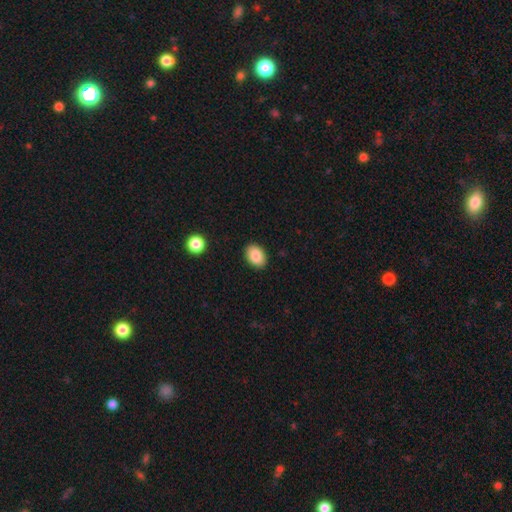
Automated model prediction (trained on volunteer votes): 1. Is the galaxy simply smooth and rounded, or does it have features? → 87% smooth, 7% star or artifact, 5% featured or disk.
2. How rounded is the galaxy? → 85% in between, 14% round, 1% cigar-shaped.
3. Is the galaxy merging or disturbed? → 89% none, 8% minor disturbance, 2% major disturbance, 1% merger.